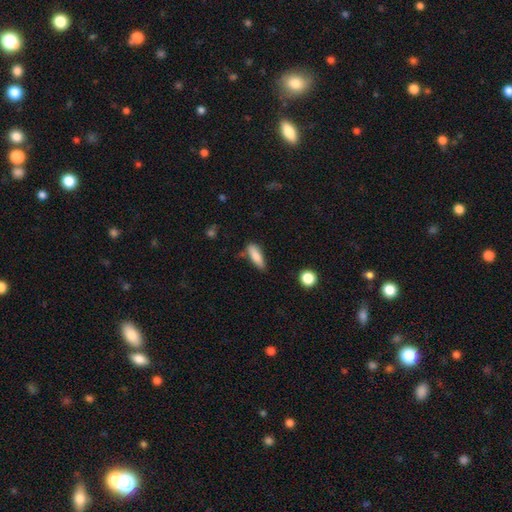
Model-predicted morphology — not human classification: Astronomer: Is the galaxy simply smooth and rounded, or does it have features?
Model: smooth — 83%.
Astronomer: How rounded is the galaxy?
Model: in between — 51% (runner-up: cigar-shaped, 47%).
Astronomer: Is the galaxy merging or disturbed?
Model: none — 64%.